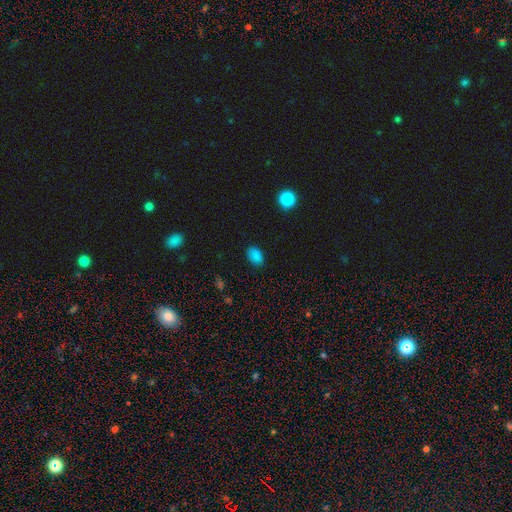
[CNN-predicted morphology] smooth-or-featured: smooth: 84% | star or artifact: 12% | featured or disk: 3%
  how-rounded: in between: 85% | round: 13% | cigar-shaped: 1%
  merging: none: 86% | minor disturbance: 10% | major disturbance: 2% | merger: 1%